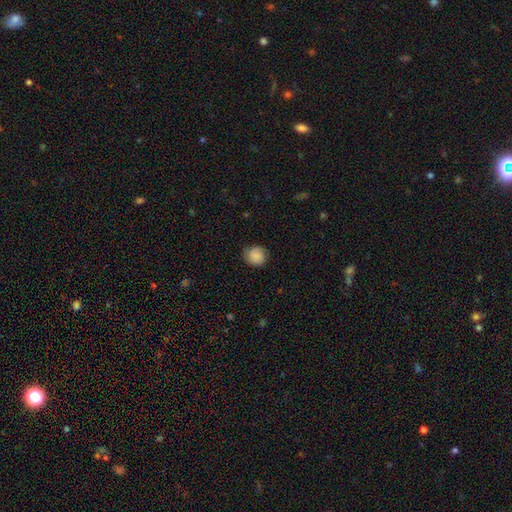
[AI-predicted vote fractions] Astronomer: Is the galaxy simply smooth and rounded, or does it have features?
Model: smooth — 83%.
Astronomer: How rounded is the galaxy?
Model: round — 81%.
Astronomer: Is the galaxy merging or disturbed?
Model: none — 78%.